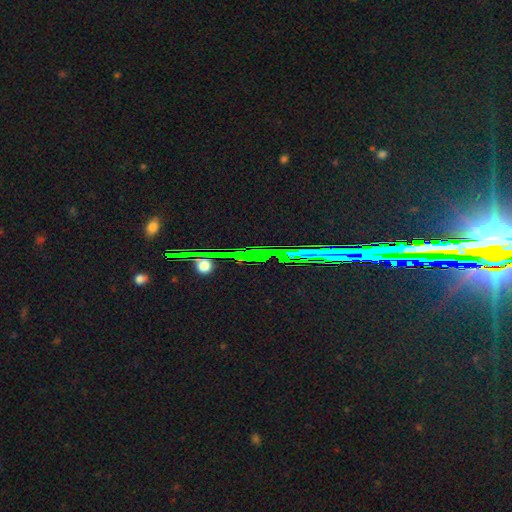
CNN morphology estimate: A star or artifact, not a galaxy (78%).

Vote fractions:
- Smooth or featured? star or artifact: 78% / featured or disk: 12% / smooth: 10%